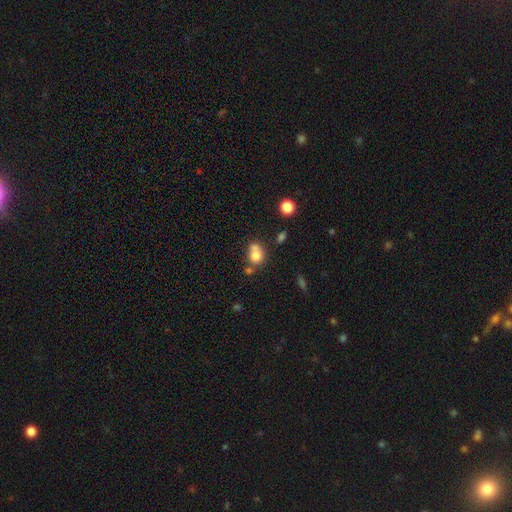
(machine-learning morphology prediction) smooth-or-featured: smooth: 74% | featured or disk: 14% | star or artifact: 11%
  how-rounded: round: 71% | in between: 28% | cigar-shaped: 1%
  merging: merger: 46% | none: 36% | minor disturbance: 12% | major disturbance: 6%